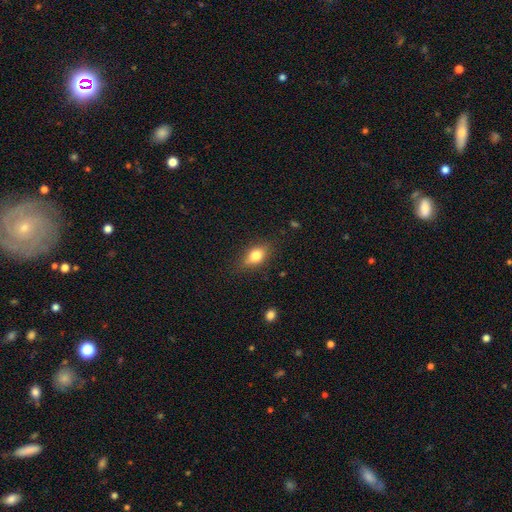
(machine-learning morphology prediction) This appears to be a smooth galaxy with no disk features (76%) that is in between round and cigar-shaped (75%). Merging: none (77%).